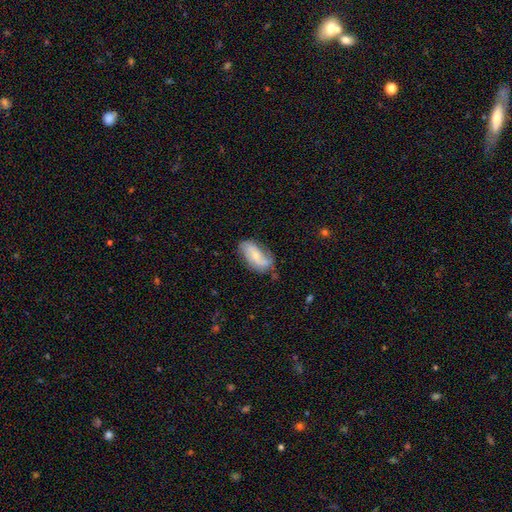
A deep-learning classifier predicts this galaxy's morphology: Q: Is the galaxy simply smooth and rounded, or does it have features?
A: featured or disk — 63%.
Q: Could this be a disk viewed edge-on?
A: no — 95%.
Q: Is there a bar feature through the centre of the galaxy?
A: no — 56%.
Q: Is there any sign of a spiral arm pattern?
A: yes — 86%.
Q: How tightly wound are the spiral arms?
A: loose — 47%.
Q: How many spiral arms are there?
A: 2 — 78%.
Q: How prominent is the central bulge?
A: small — 59%.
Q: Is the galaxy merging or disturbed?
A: none — 63%.